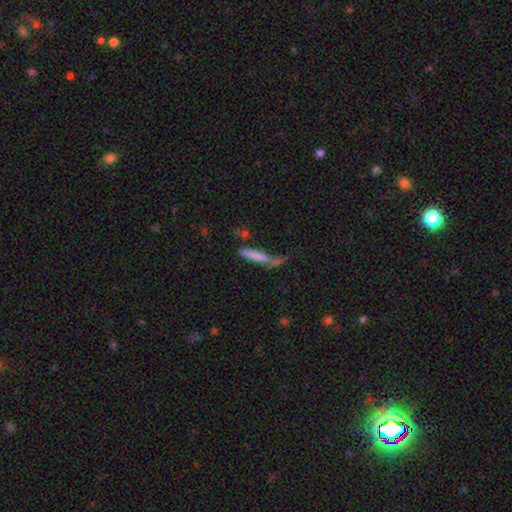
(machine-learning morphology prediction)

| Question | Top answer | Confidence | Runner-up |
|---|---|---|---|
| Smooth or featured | smooth | 72% | featured or disk (20%) |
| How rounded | cigar-shaped | 89% | in between (9%) |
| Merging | none | 46% | minor disturbance (23%) |